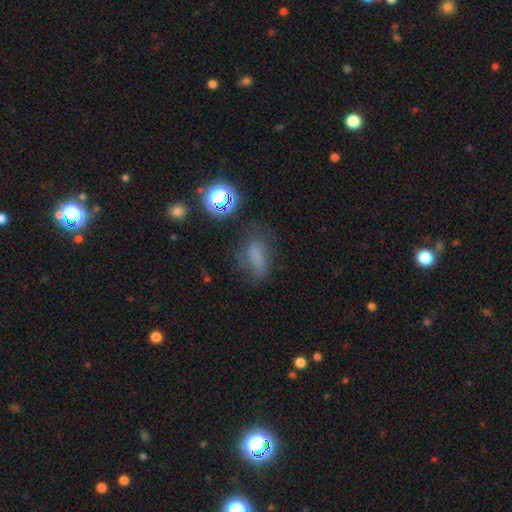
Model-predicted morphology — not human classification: Overall: smooth (63%). How rounded: in between (71%). Merging: none (54%; minor disturbance 25%).